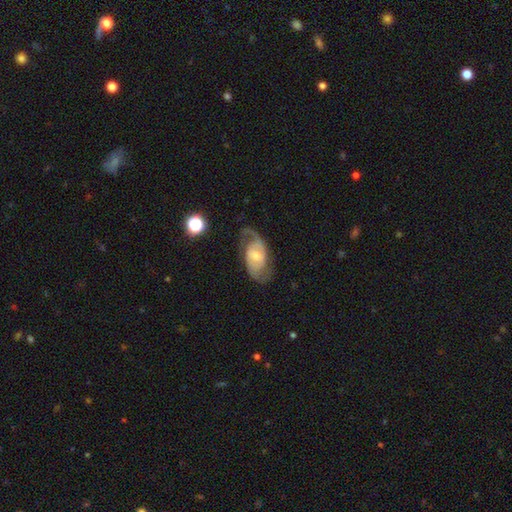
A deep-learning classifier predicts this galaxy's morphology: Smooth or featured?
  - featured or disk: 78% *
  - smooth: 15%
  - star or artifact: 6%
Edge-on disk?
  - no: 95% *
  - yes: 5%
Bar?
  - no: 47% *
  - weak: 43%
  - strong: 10%
Spiral arms?
  - yes: 92% *
  - no: 8%
Spiral winding?
  - medium: 48% *
  - loose: 31%
  - tight: 21%
Spiral arm count?
  - 2: 83% *
  - can't tell: 8%
  - 1: 6%
  - 3: 1%
  - 4: 1%
  - more than 4: 1%
Bulge size?
  - moderate: 49% *
  - small: 41%
  - large: 5%
  - none: 3%
  - dominant: 1%
Merging?
  - none: 63% *
  - minor disturbance: 19%
  - major disturbance: 16%
  - merger: 2%